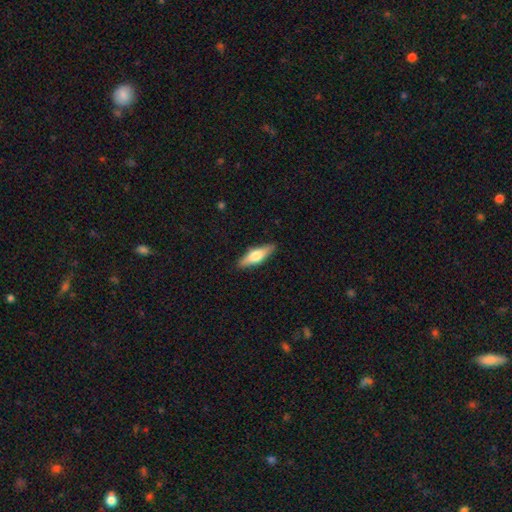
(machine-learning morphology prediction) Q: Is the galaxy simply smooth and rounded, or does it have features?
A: smooth — 53%.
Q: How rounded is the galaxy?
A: cigar-shaped — 53%.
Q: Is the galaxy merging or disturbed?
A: none — 89%.